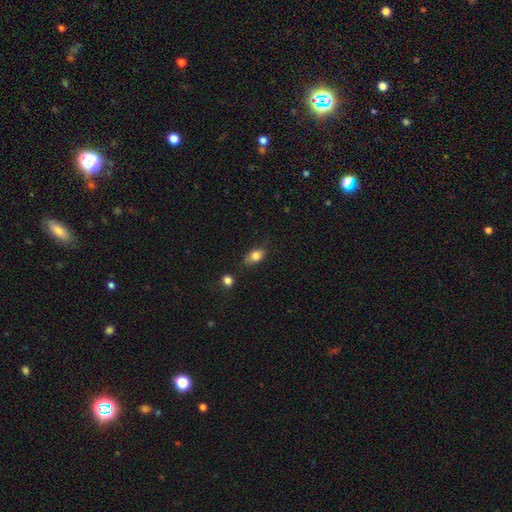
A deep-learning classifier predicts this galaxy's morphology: Smooth or featured? Predicted: smooth (p=0.79). How rounded? Predicted: in between (p=0.82). Merging? Predicted: none (p=0.68).